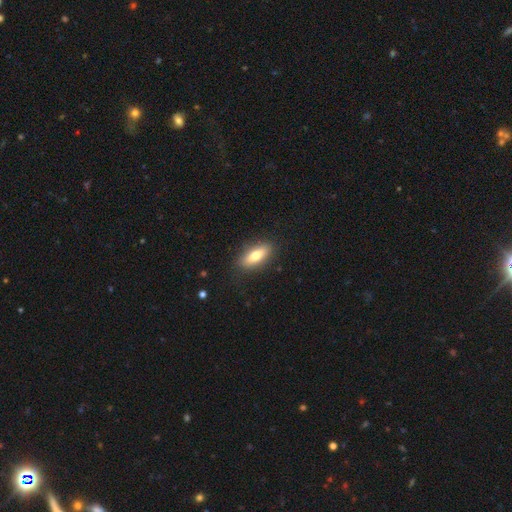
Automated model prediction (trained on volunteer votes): Smooth or featured? smooth (68%)
How rounded? in between (72%)
Merging? none (86%)